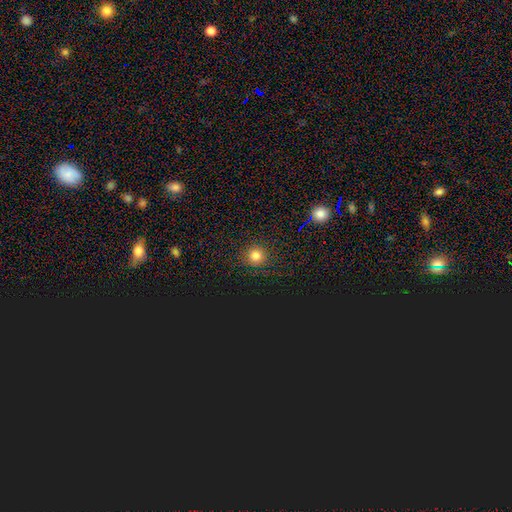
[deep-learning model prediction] Smooth or featured? smooth (77%)
How rounded? round (94%)
Merging? none (90%)